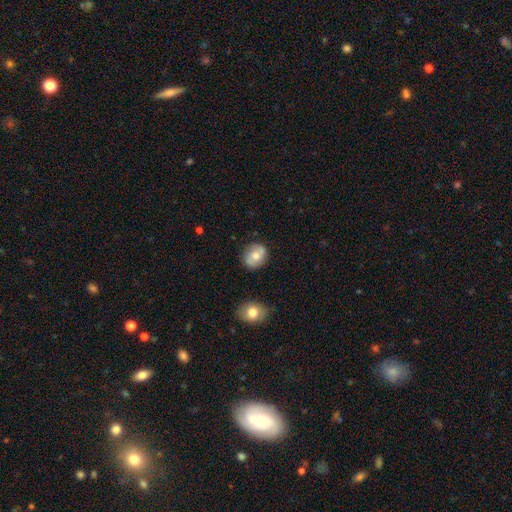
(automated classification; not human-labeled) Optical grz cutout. It shows a smooth galaxy with no disk features (59%) that is round (57%). Merging: none (81%).